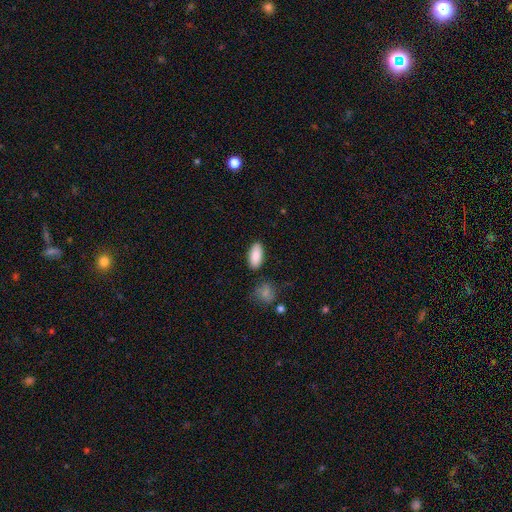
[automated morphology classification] This is clearly a smooth galaxy (88%). How rounded: clearly in between (91%). Merging: clearly none (84%).